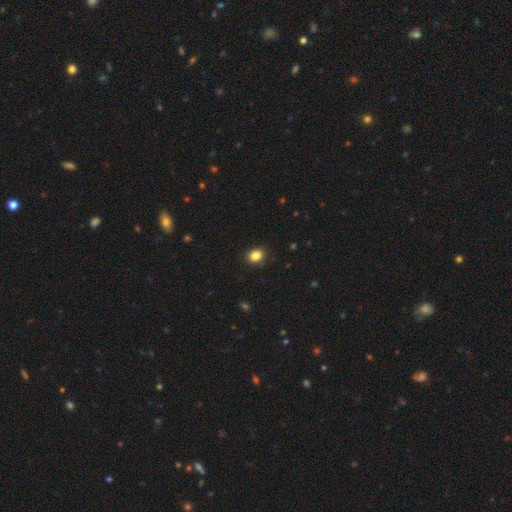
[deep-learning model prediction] smooth 86%, star or artifact 10%, featured or disk 4%. Down the decision tree: how rounded — in between (55%); merging — none (90%).